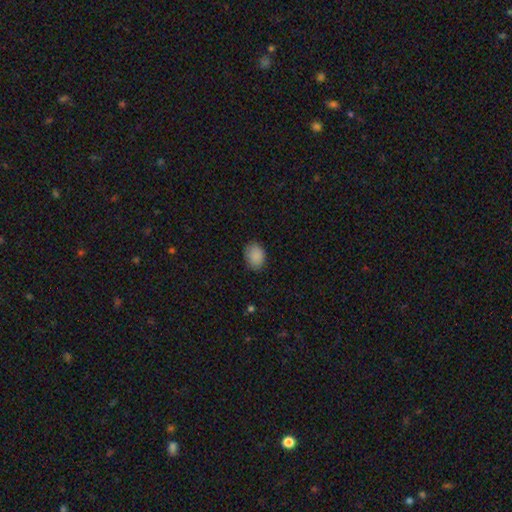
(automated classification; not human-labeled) smooth-or-featured: smooth: 89% | star or artifact: 8% | featured or disk: 3%
  how-rounded: in between: 62% | round: 37% | cigar-shaped: 1%
  merging: none: 84% | minor disturbance: 13% | major disturbance: 3% | merger: 1%